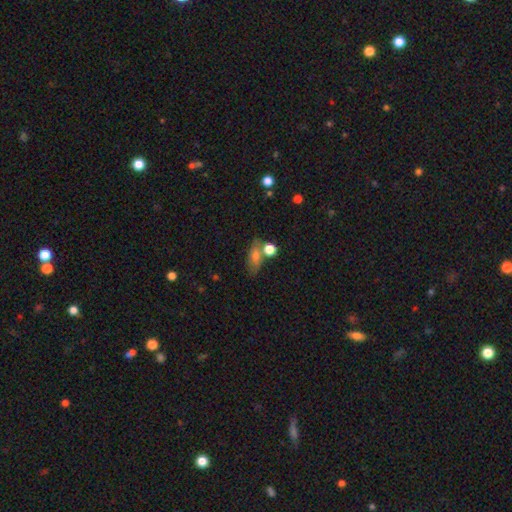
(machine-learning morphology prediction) Smooth or featured? smooth (70%)
How rounded? in between (72%)
Merging? none (61%)